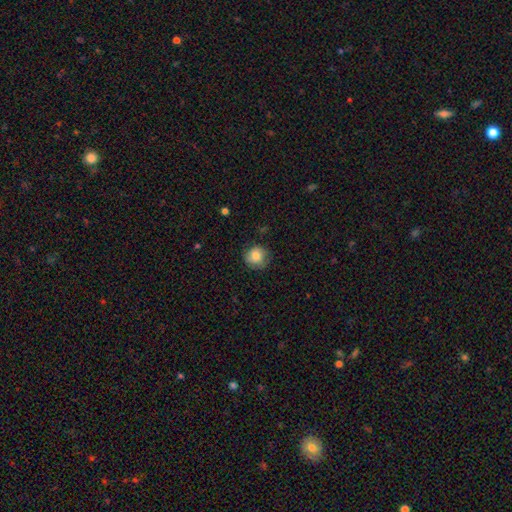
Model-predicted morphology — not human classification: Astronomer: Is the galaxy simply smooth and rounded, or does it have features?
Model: smooth — 80%.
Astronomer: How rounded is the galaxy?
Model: round — 87%.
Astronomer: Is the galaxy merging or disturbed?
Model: none — 76%.